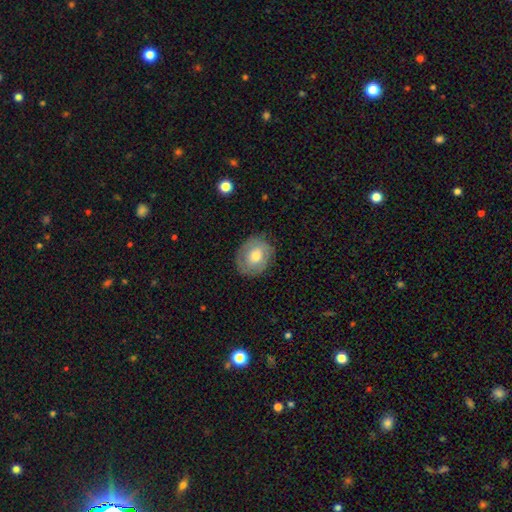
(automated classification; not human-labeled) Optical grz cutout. It shows a smooth galaxy with no disk features (55%) that is round (60%). Merging: none (79%).